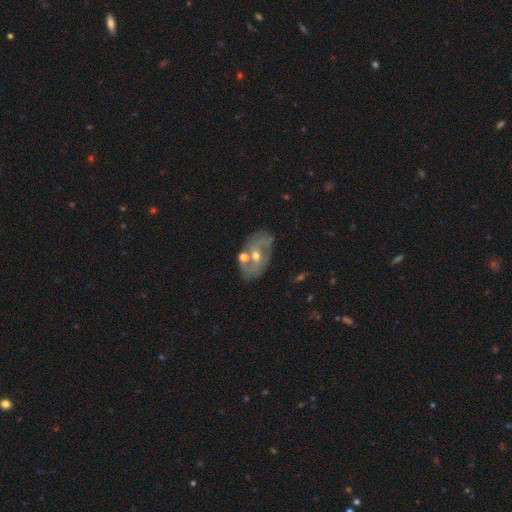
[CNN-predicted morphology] type=featured or disk (74%); edge-on=no (94%); bar=no (43%); spiral arms=yes (68%); bulge=moderate (59%); merging=none (71%).